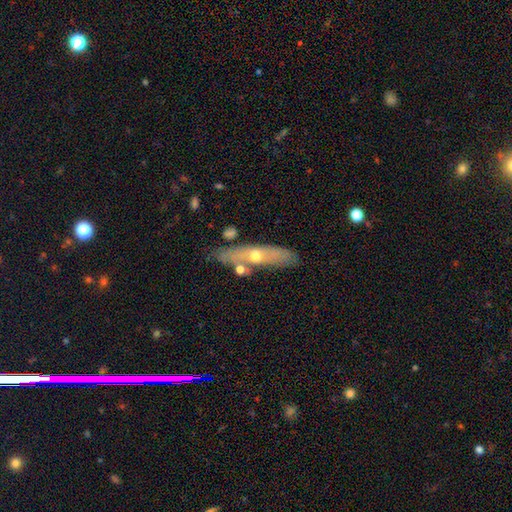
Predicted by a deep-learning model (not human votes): smooth_or_featured: featured or disk (p=0.53) [alt: smooth p=0.40]
disk_edge_on: yes (p=0.61) [alt: no p=0.39]
merging: none (p=0.72) [alt: minor disturbance p=0.15]